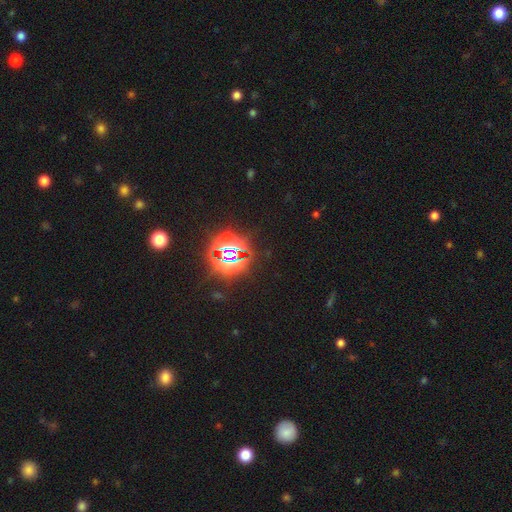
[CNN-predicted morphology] Smooth or featured? star or artifact (83%)